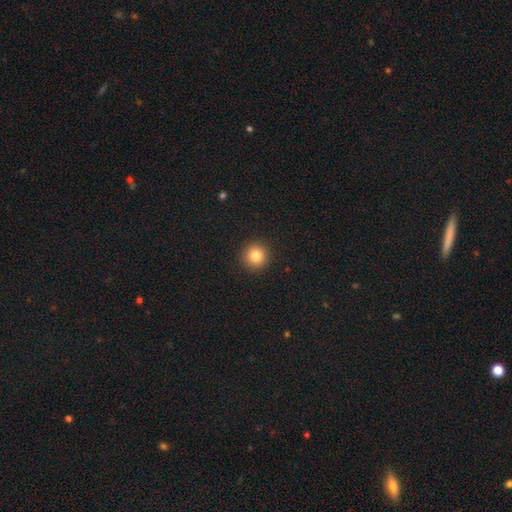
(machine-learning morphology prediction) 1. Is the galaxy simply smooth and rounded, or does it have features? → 83% smooth, 11% star or artifact, 6% featured or disk.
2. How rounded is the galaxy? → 95% round, 5% in between, 1% cigar-shaped.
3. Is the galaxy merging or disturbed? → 93% none, 5% minor disturbance, 2% major disturbance, 1% merger.